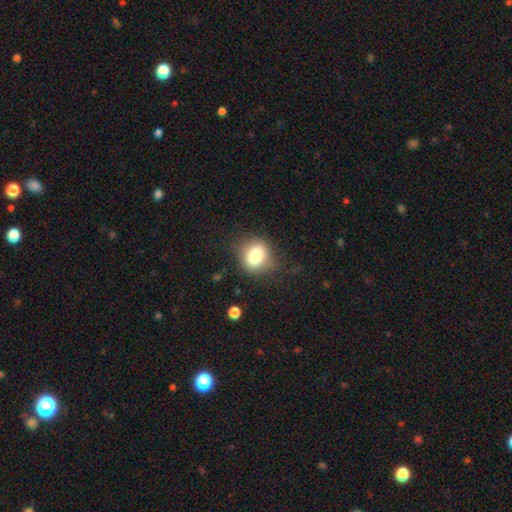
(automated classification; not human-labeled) smooth 79%, featured or disk 11%, star or artifact 10%. Down the decision tree: how rounded — round (73%); merging — none (69%).